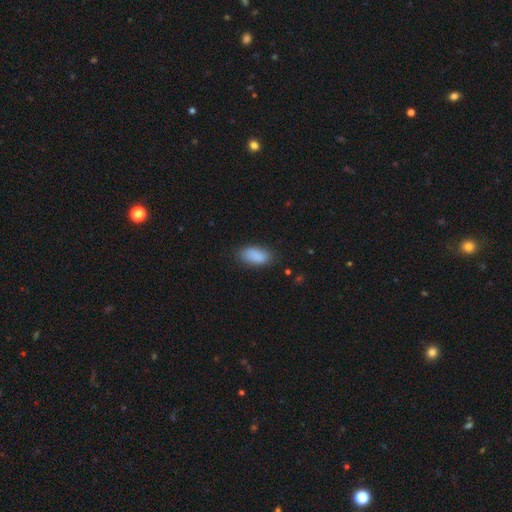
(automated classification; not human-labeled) Q: Smooth or featured?
A: smooth (88%); runner-up: star or artifact (7%)
Q: How rounded?
A: in between (90%); runner-up: cigar-shaped (6%)
Q: Merging?
A: none (77%); runner-up: minor disturbance (17%)